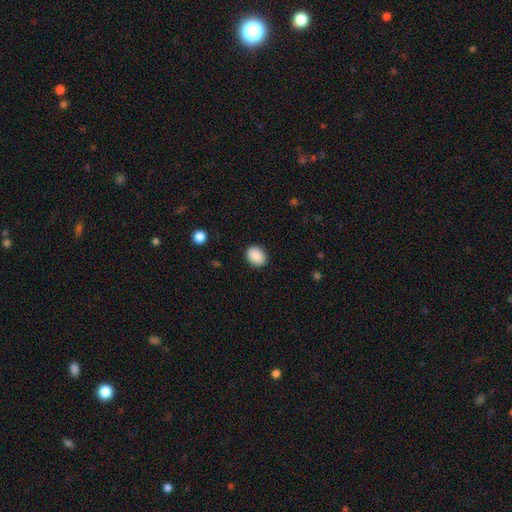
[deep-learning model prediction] This appears to be a smooth galaxy with no disk features (89%) that is in between round and cigar-shaped (60%). Merging: none (89%).